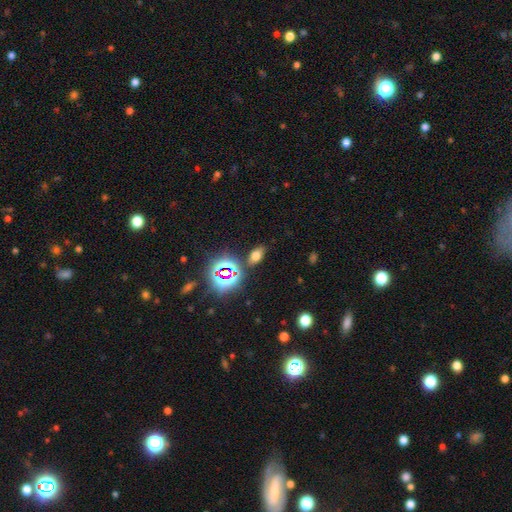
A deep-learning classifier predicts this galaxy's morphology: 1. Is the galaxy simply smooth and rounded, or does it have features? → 58% smooth, 30% star or artifact, 11% featured or disk.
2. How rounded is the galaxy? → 84% in between, 11% round, 5% cigar-shaped.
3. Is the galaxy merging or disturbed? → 83% none, 10% minor disturbance, 4% merger, 3% major disturbance.